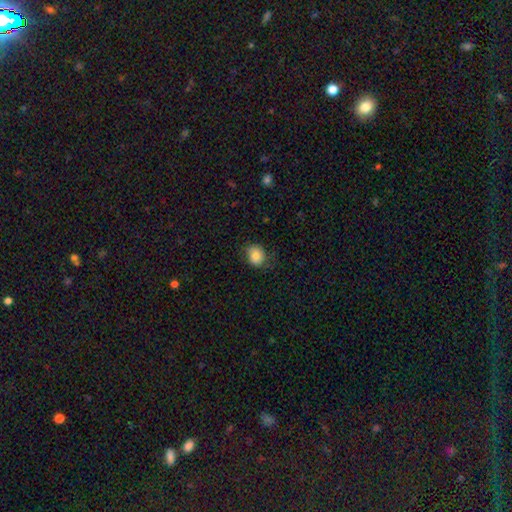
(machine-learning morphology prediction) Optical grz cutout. It shows a smooth galaxy with no disk features (81%) that is round (66%). Merging: none (70%).